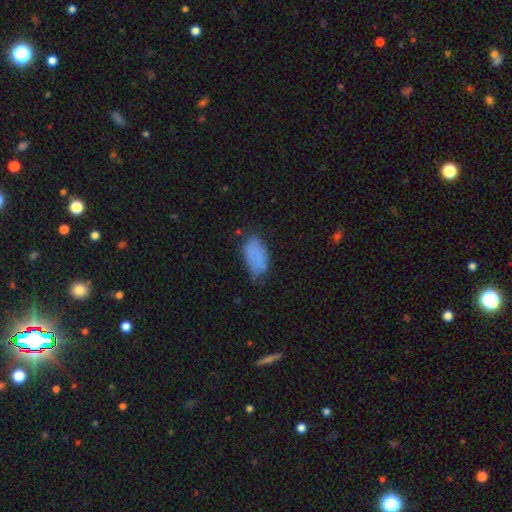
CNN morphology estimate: smooth 79%, featured or disk 11%, star or artifact 9%. Down the decision tree: how rounded — in between (94%); merging — none (56%).